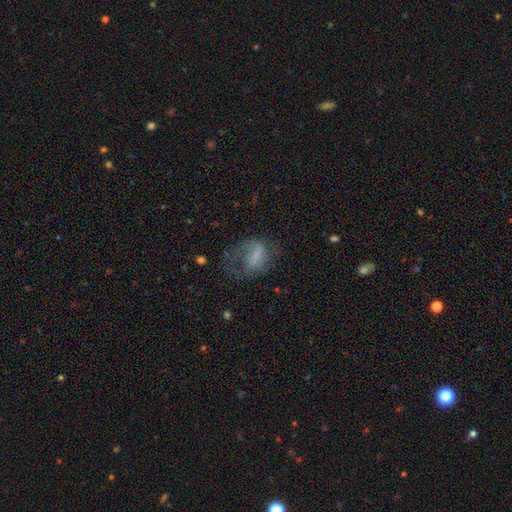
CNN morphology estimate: smooth-or-featured: featured or disk: 53% | smooth: 37% | star or artifact: 10%
  disk-edge-on: no: 96% | yes: 4%
    bar: weak: 39% | no: 32% | strong: 29%
    has-spiral-arms: yes: 67% | no: 33%
    bulge-size: none: 52% | small: 23% | moderate: 16% | large: 7% | dominant: 2%
  merging: major disturbance: 44% | none: 34% | minor disturbance: 20% | merger: 3%